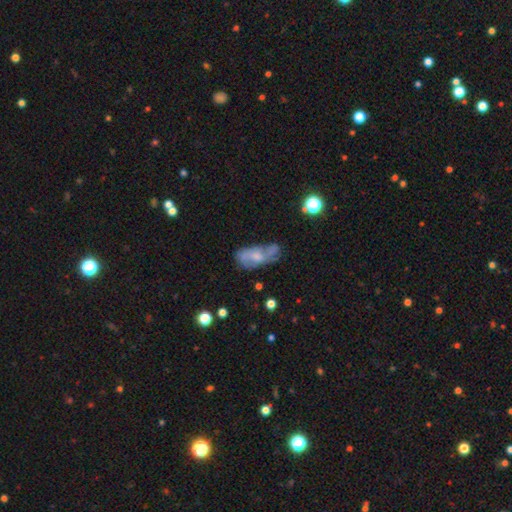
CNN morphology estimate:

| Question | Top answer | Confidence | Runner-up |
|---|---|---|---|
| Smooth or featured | featured or disk | 53% | smooth (36%) |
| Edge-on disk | no | 89% | yes (11%) |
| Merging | none | 45% | minor disturbance (27%) |